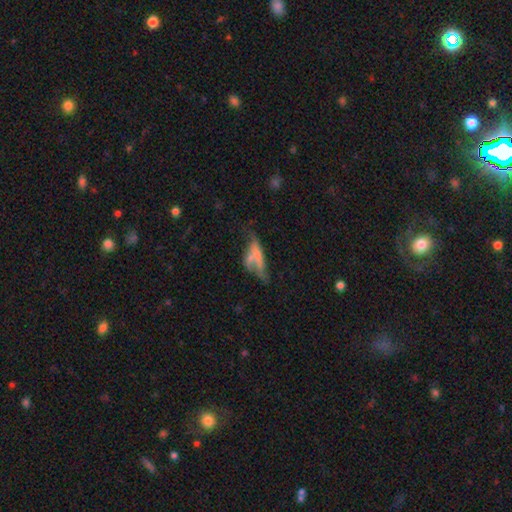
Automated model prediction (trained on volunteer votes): A smooth galaxy with no disk features (54%) that is cigar-shaped (53%).

Vote fractions:
- Smooth or featured? smooth: 54% / featured or disk: 36% / star or artifact: 10%
- How rounded? cigar-shaped: 53% / in between: 42% / round: 4%
- Merging? merger: 38% / none: 28% / minor disturbance: 17% / major disturbance: 17%